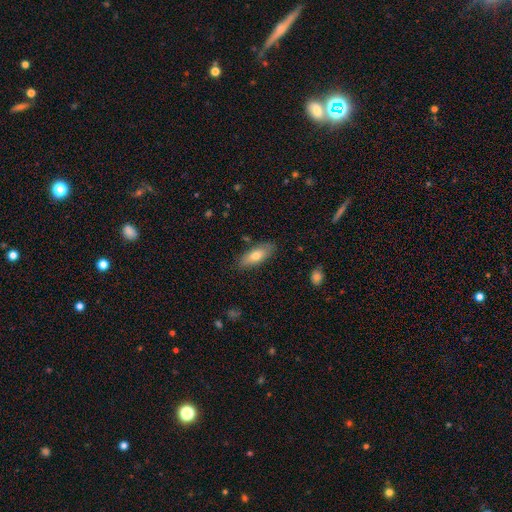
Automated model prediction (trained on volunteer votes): Morphology: type=smooth (73%); roundness=in between (69%); merging=none (83%).